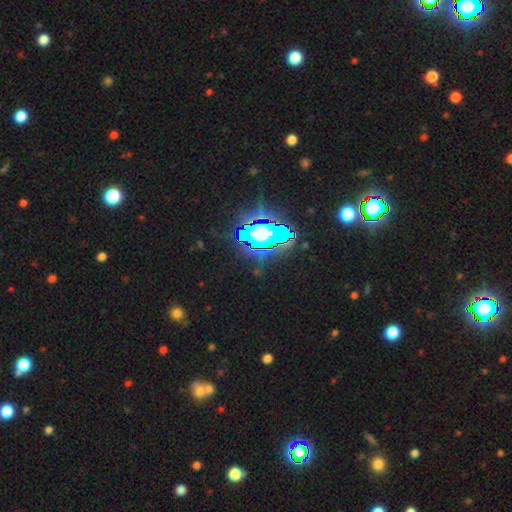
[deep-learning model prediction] This is likely a star or artifact rather than a galaxy (68%).